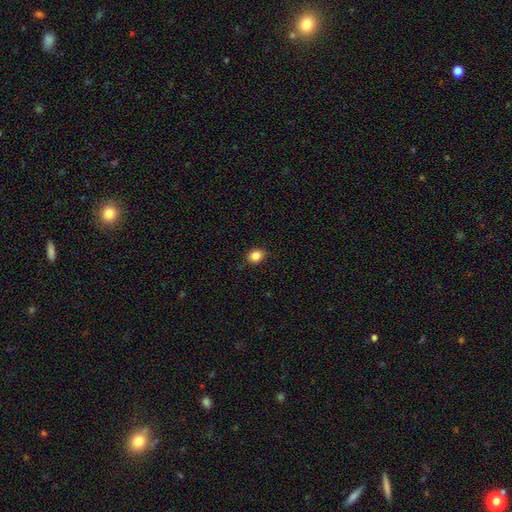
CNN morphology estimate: Smooth or featured?
  - smooth: 85% *
  - star or artifact: 10%
  - featured or disk: 5%
How rounded?
  - round: 56% *
  - in between: 43%
  - cigar-shaped: 1%
Merging?
  - none: 86% *
  - minor disturbance: 10%
  - major disturbance: 2%
  - merger: 1%